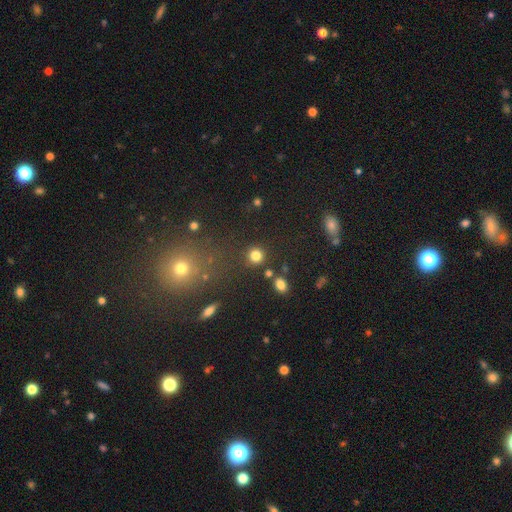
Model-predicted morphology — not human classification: Smooth or featured? smooth (81%)
How rounded? round (91%)
Merging? none (86%)